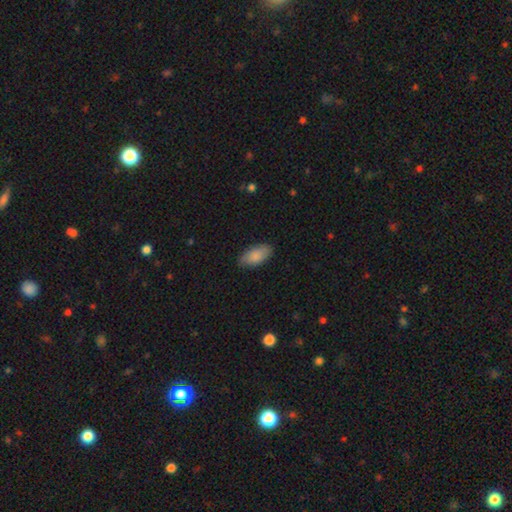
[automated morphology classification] Smooth or featured? smooth (87%)
How rounded? in between (93%)
Merging? none (82%)